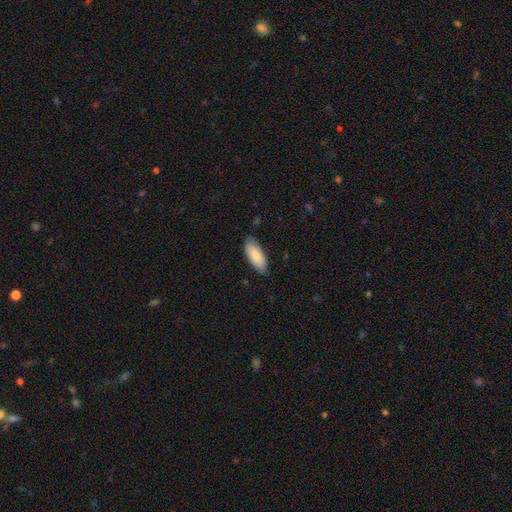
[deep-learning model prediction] smooth_or_featured: smooth (p=0.86) [alt: featured or disk p=0.09]
how_rounded: in between (p=0.80) [alt: cigar-shaped p=0.19]
merging: none (p=0.79) [alt: minor disturbance p=0.18]